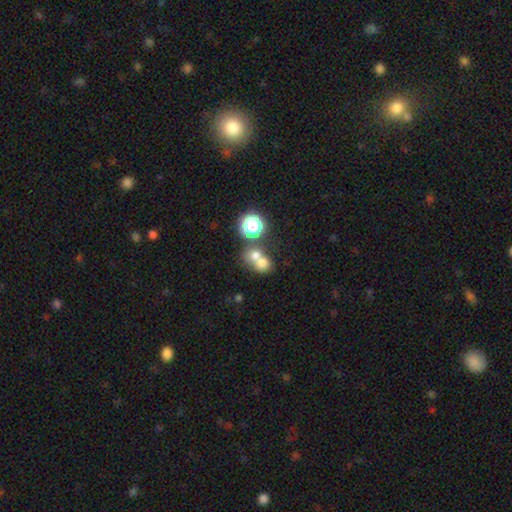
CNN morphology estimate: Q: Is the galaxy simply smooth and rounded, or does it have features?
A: smooth — 67%.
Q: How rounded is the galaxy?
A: round — 70%.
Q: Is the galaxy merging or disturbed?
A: merger — 57%.